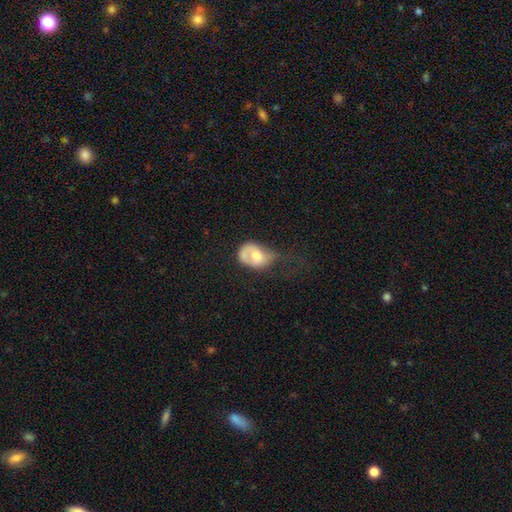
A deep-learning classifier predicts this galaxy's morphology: This appears to be a smooth galaxy with no disk features (56%) that is in between round and cigar-shaped (65%). Merging: major disturbance (42%).